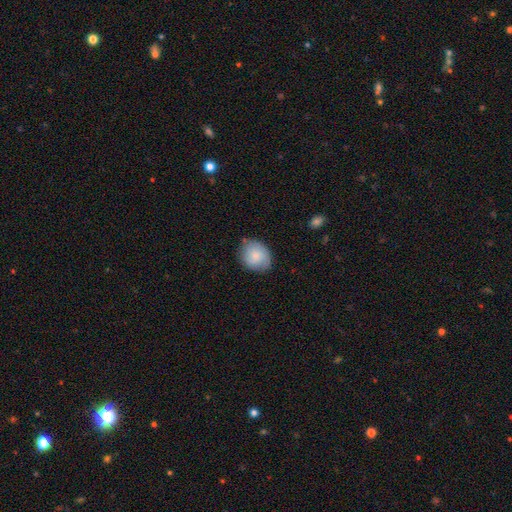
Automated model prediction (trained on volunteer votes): This appears to be a smooth galaxy with no disk features (81%) that is round (58%). Merging: none (74%).